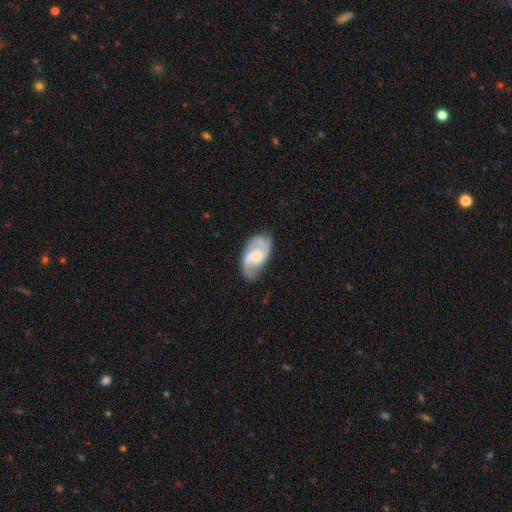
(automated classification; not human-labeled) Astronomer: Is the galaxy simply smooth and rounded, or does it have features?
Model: featured or disk — 83%.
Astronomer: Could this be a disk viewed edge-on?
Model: no — 97%.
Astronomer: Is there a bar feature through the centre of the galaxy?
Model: no — 54% (runner-up: weak, 38%).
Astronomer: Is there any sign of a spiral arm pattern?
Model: yes — 96%.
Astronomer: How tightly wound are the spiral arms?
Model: medium — 54%.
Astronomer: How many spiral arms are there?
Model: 2 — 70%.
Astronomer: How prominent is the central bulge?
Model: small — 49% (runner-up: moderate, 34%).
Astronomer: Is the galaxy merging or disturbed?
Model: none — 69%.